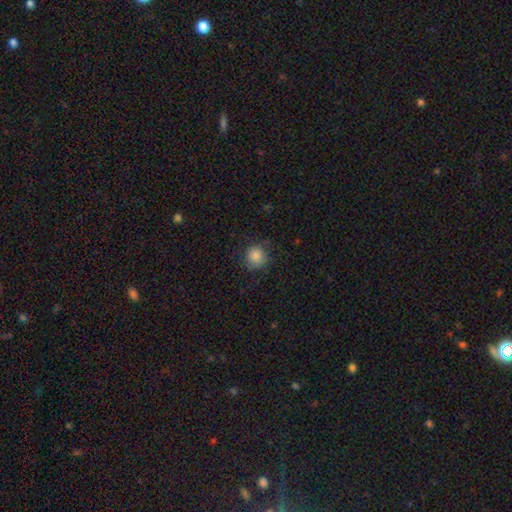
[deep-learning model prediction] The model was most divided on "merging": none: 85%, minor disturbance: 11%, major disturbance: 3%, merger: 1%. More confident: how rounded — round (92%); smooth or featured — smooth (86%).